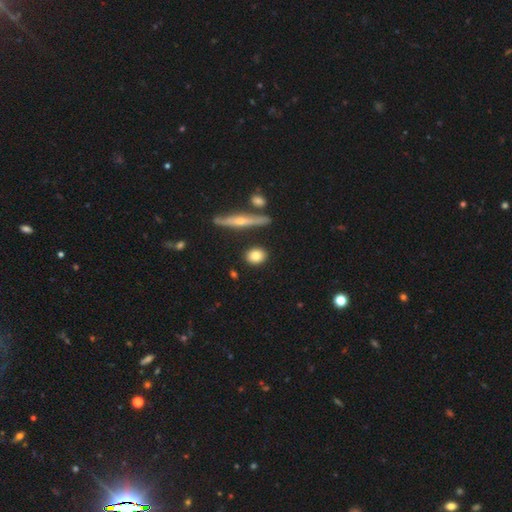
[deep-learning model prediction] Smooth or featured?
  - smooth: 79% *
  - featured or disk: 14%
  - star or artifact: 8%
How rounded?
  - round: 55% *
  - in between: 39%
  - cigar-shaped: 6%
Merging?
  - none: 85% *
  - minor disturbance: 9%
  - merger: 4%
  - major disturbance: 2%